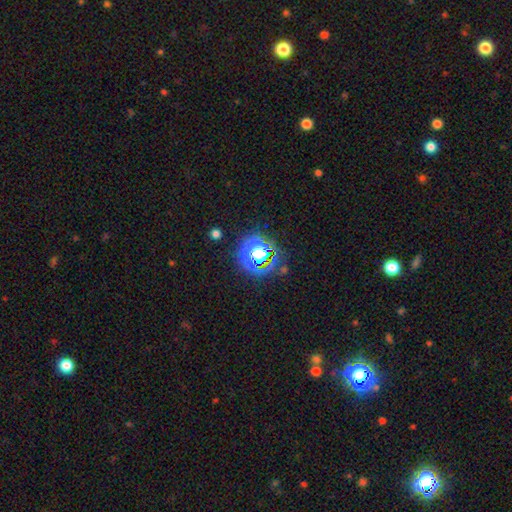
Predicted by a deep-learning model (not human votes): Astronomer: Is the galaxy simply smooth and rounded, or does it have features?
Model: star or artifact — 60%.